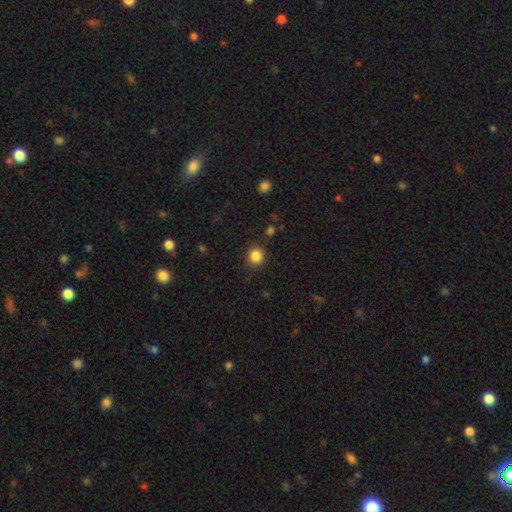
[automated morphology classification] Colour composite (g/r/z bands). It shows a smooth galaxy with no disk features (85%) that is round (89%). Merging: none (89%).